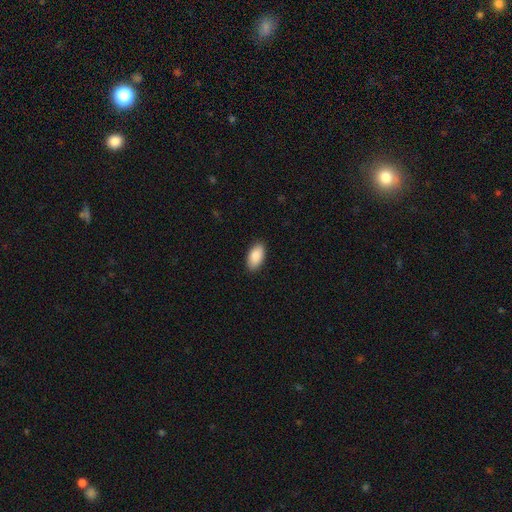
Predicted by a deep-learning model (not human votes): smooth 90%, star or artifact 6%, featured or disk 4%. Down the decision tree: how rounded — in between (95%); merging — none (89%).